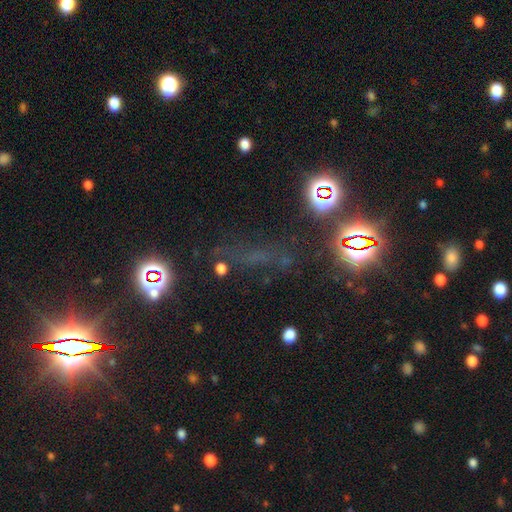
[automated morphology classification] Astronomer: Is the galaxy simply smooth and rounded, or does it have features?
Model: star or artifact — 72%.